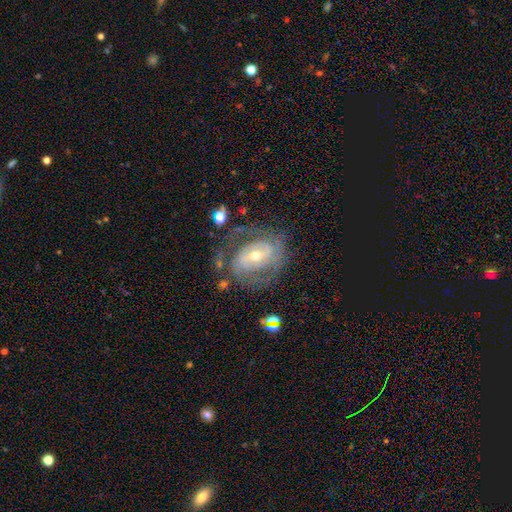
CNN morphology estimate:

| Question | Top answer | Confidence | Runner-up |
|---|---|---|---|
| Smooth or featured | featured or disk | 85% | smooth (9%) |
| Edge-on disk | no | 96% | yes (4%) |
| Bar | weak | 42% | strong (35%) |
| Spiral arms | yes | 91% | no (9%) |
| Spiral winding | tight | 56% | medium (34%) |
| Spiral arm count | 2 | 51% | can't tell (25%) |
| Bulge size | moderate | 50% | small (46%) |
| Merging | none | 65% | minor disturbance (18%) |